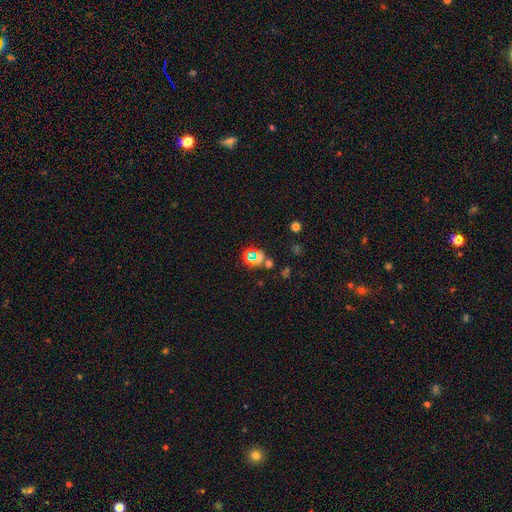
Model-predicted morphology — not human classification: Smooth or featured? star or artifact (60%)